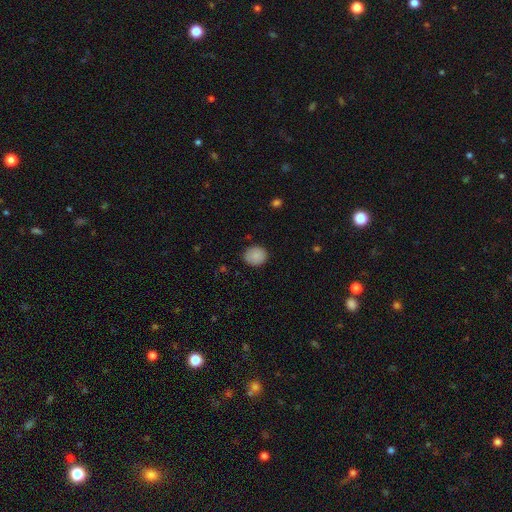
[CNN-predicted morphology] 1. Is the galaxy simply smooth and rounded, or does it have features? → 88% smooth, 8% star or artifact, 4% featured or disk.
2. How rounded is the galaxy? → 74% round, 25% in between, 1% cigar-shaped.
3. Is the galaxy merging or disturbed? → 86% none, 11% minor disturbance, 2% major disturbance, 1% merger.